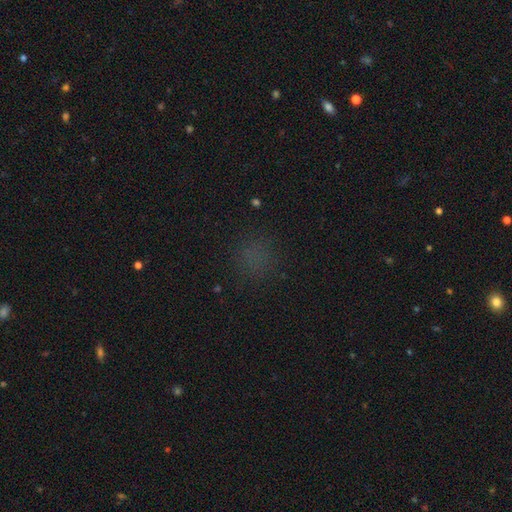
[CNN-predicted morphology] smooth_or_featured: smooth (p=0.59) [alt: star or artifact p=0.34]
how_rounded: round (p=0.88) [alt: in between p=0.11]
merging: none (p=0.84) [alt: minor disturbance p=0.09]